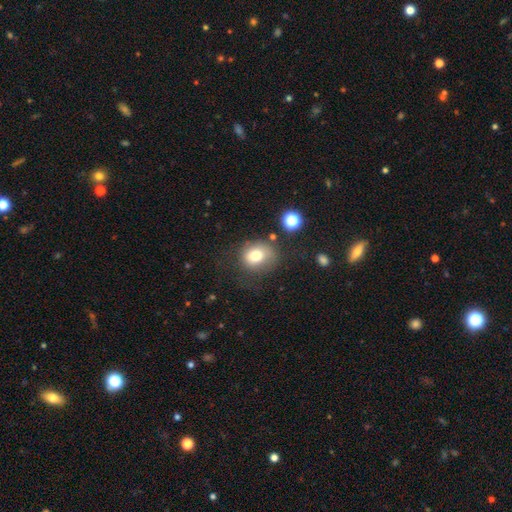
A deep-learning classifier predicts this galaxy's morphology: Smooth or featured?
  - smooth: 74% *
  - featured or disk: 14%
  - star or artifact: 12%
How rounded?
  - round: 69% *
  - in between: 31%
  - cigar-shaped: 1%
Merging?
  - none: 57% *
  - minor disturbance: 23%
  - major disturbance: 15%
  - merger: 5%